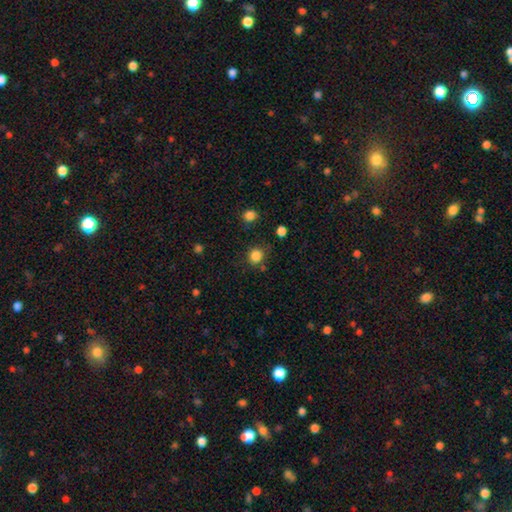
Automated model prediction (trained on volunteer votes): Overall: smooth (84%). How rounded: round (82%). Merging: none (78%).